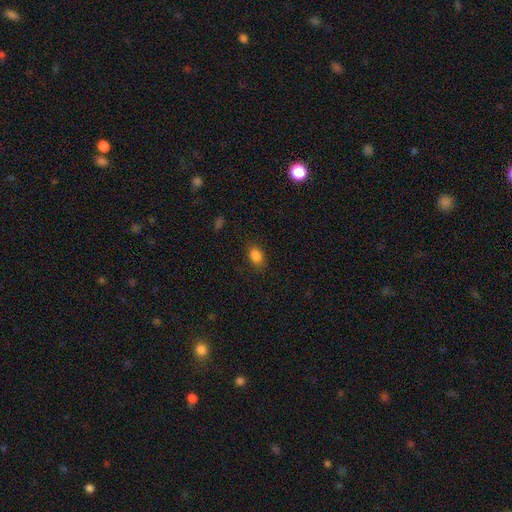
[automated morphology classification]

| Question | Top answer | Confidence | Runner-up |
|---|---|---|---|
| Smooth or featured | smooth | 84% | star or artifact (11%) |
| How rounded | in between | 74% | round (24%) |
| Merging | none | 80% | minor disturbance (15%) |